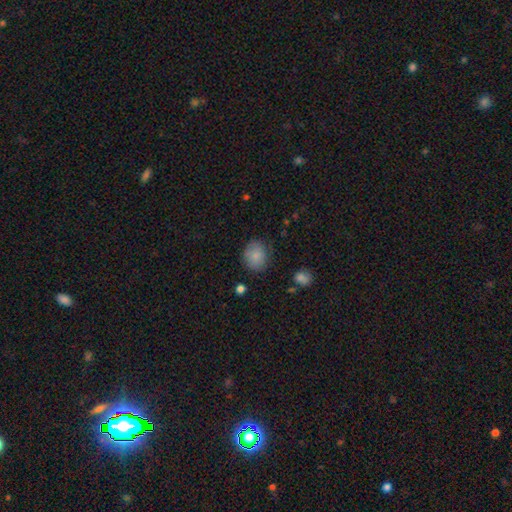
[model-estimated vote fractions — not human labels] Smooth or featured: smooth — 83% (featured or disk — 9%)
How rounded: round — 68% (in between — 32%)
Merging: none — 76% (minor disturbance — 18%)